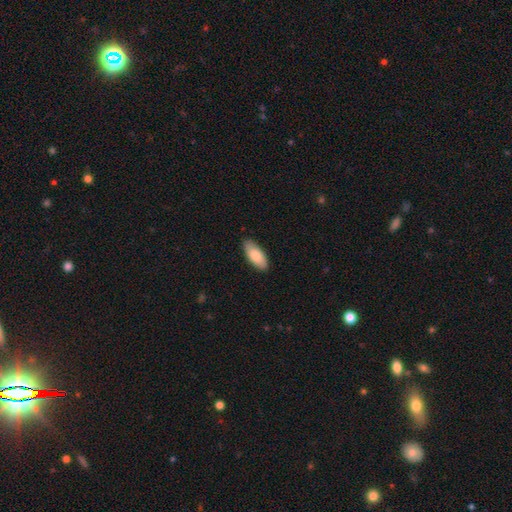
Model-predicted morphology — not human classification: Smooth or featured? smooth (85%)
How rounded? in between (87%)
Merging? none (85%)